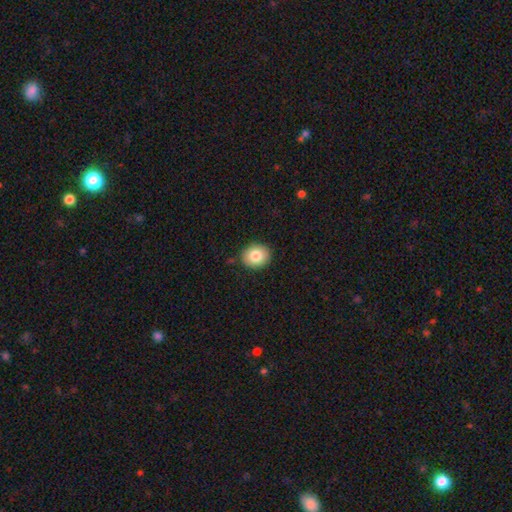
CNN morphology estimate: The model was most divided on "how rounded": round: 71%, in between: 28%, cigar-shaped: 1%. More confident: merging — none (87%); smooth or featured — smooth (82%).